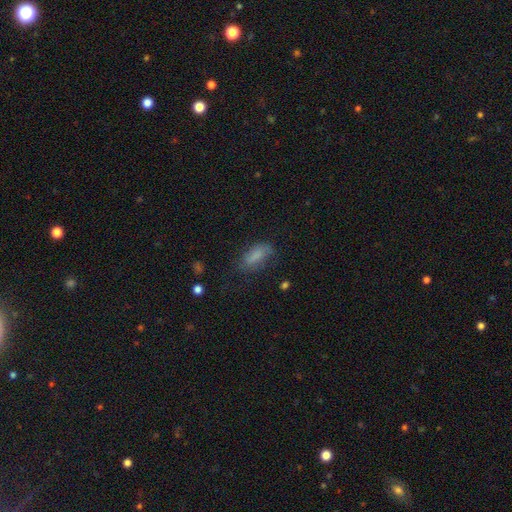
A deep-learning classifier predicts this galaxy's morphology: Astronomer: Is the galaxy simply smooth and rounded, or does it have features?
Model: smooth — 79%.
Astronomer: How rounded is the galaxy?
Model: in between — 79%.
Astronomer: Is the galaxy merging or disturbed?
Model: none — 64%.